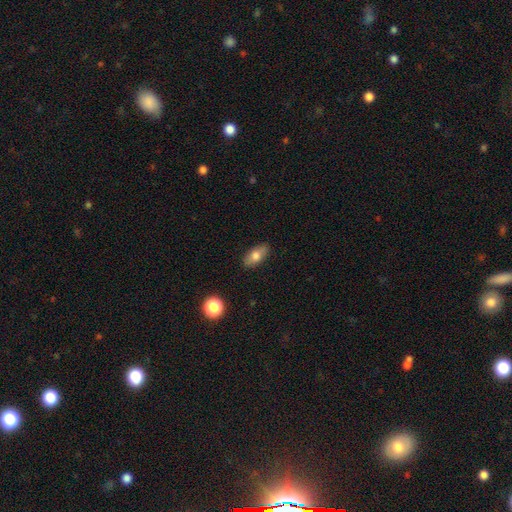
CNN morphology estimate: A smooth galaxy with no disk features (76%) that is in between round and cigar-shaped (88%). Merging: none (86%).